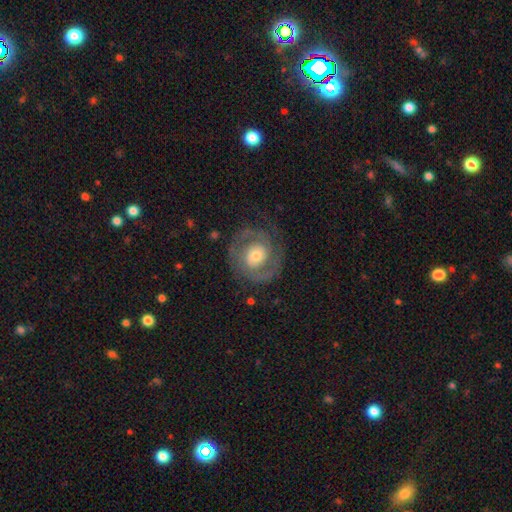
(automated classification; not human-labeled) smooth_or_featured: featured or disk (p=0.78) [alt: smooth p=0.17]
disk_edge_on: no (p=0.98) [alt: yes p=0.02]
bar: no (p=0.69) [alt: weak p=0.24]
has_spiral_arms: yes (p=0.85) [alt: no p=0.15]
spiral_winding: tight (p=0.49) [alt: medium p=0.39]
spiral_arm_count: 2 (p=0.75) [alt: can't tell p=0.11]
bulge_size: moderate (p=0.56) [alt: small p=0.27]
merging: none (p=0.76) [alt: minor disturbance p=0.13]